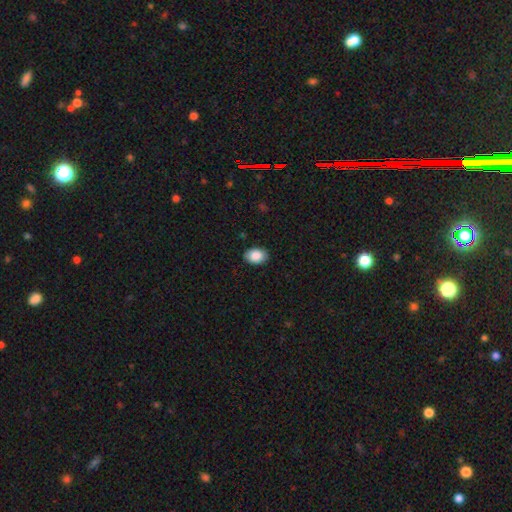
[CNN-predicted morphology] A smooth galaxy with no disk features (88%) that is in between round and cigar-shaped (75%).

Vote fractions:
- Smooth or featured? smooth: 88% / star or artifact: 7% / featured or disk: 4%
- How rounded? in between: 75% / round: 24% / cigar-shaped: 1%
- Merging? none: 88% / minor disturbance: 9% / major disturbance: 2% / merger: 1%